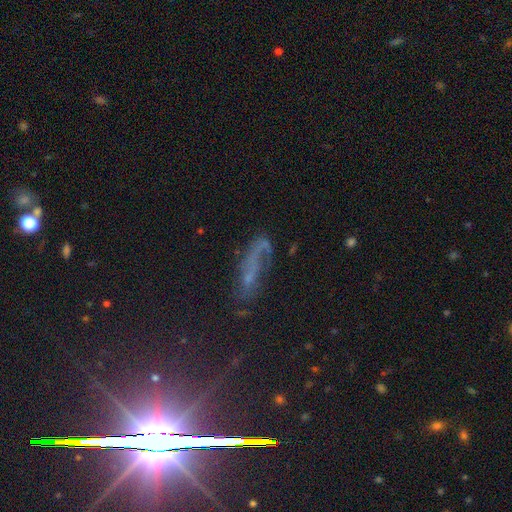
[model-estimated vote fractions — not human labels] smooth-or-featured: featured or disk: 43% | smooth: 32% | star or artifact: 25%
  merging: none: 39% | major disturbance: 31% | minor disturbance: 21% | merger: 9%